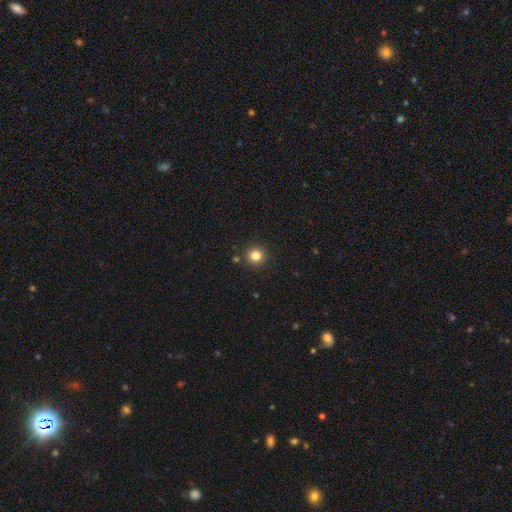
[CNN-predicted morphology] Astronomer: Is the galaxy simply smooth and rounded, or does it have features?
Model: smooth — 82%.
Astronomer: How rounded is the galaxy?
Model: round — 94%.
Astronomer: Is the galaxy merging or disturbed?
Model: none — 89%.